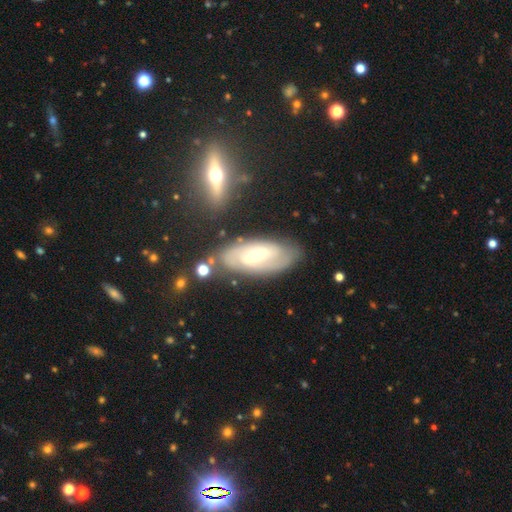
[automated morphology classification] Smooth or featured?
  - featured or disk: 76% *
  - smooth: 18%
  - star or artifact: 6%
Edge-on disk?
  - no: 89% *
  - yes: 11%
Bar?
  - weak: 43% *
  - no: 29%
  - strong: 27%
Spiral arms?
  - yes: 82% *
  - no: 18%
Spiral winding?
  - tight: 54% *
  - medium: 33%
  - loose: 13%
Spiral arm count?
  - 2: 58% *
  - can't tell: 30%
  - 3: 6%
  - 1: 3%
  - 4: 2%
  - more than 4: 2%
Bulge size?
  - moderate: 62% *
  - small: 32%
  - large: 4%
  - none: 1%
  - dominant: 1%
Merging?
  - none: 76% *
  - minor disturbance: 16%
  - major disturbance: 5%
  - merger: 4%